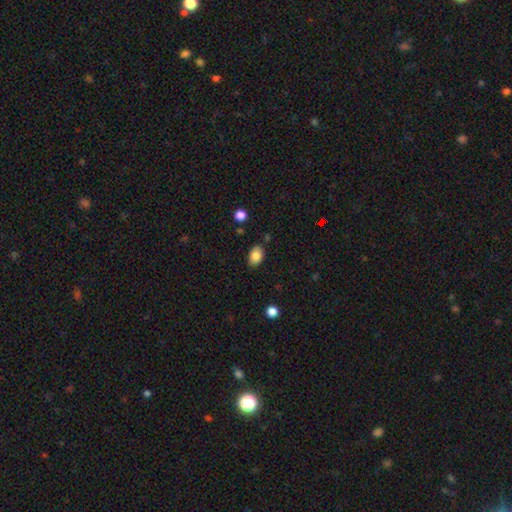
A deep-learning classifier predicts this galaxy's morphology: This appears to be a smooth galaxy with no disk features (85%) that is in between round and cigar-shaped (86%). Merging: none (83%).